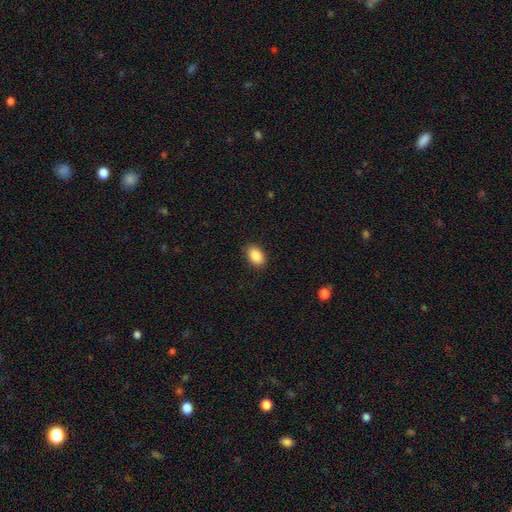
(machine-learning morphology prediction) This is clearly a smooth galaxy (89%). How rounded: clearly in between (88%). Merging: clearly none (88%).